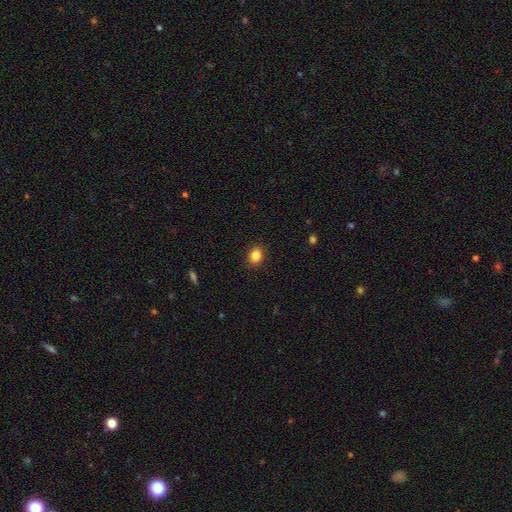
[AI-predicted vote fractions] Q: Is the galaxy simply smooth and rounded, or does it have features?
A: smooth — 85%.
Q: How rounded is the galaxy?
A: in between — 56%.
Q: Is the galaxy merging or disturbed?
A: none — 89%.